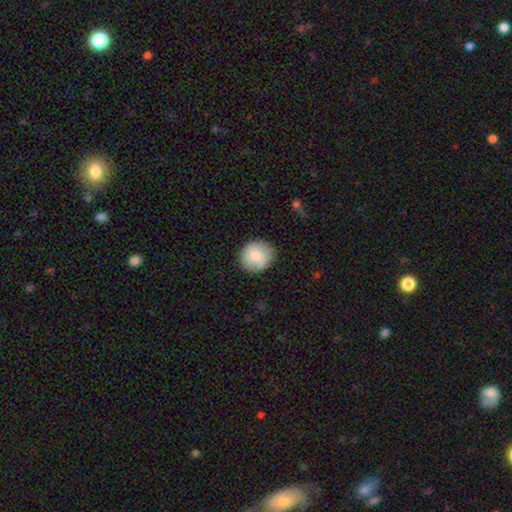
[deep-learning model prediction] Overall: smooth (76%). How rounded: round (82%). Merging: none (79%).